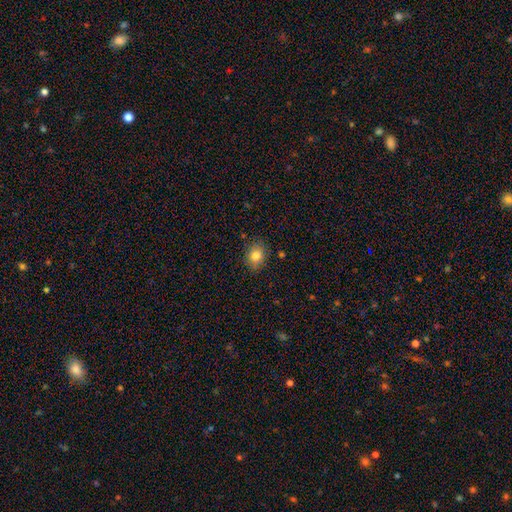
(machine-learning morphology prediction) Smooth or featured? Predicted: smooth (p=0.83). How rounded? Predicted: in between (p=0.58). Merging? Predicted: none (p=0.84).